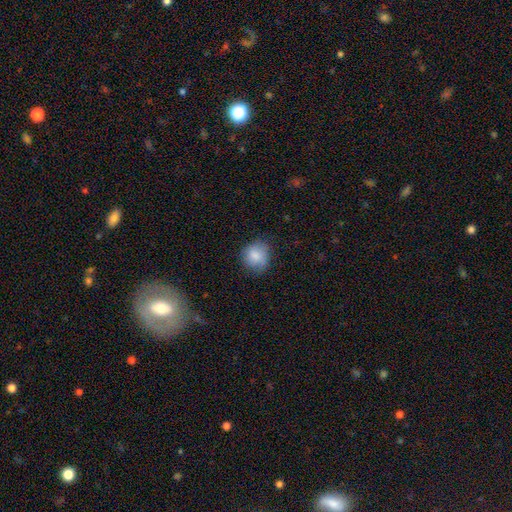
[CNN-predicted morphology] Smooth or featured?
  - smooth: 84% *
  - featured or disk: 8%
  - star or artifact: 8%
How rounded?
  - round: 78% *
  - in between: 21%
  - cigar-shaped: 1%
Merging?
  - none: 72% *
  - minor disturbance: 21%
  - major disturbance: 5%
  - merger: 1%